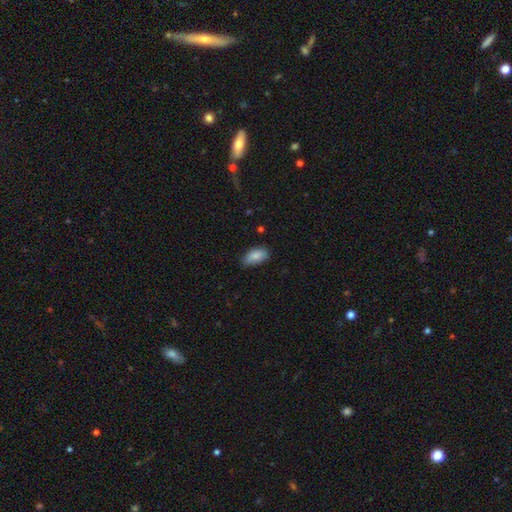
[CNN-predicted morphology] This is clearly a smooth galaxy (86%). How rounded: clearly in between (92%). Merging: likely none (69%).